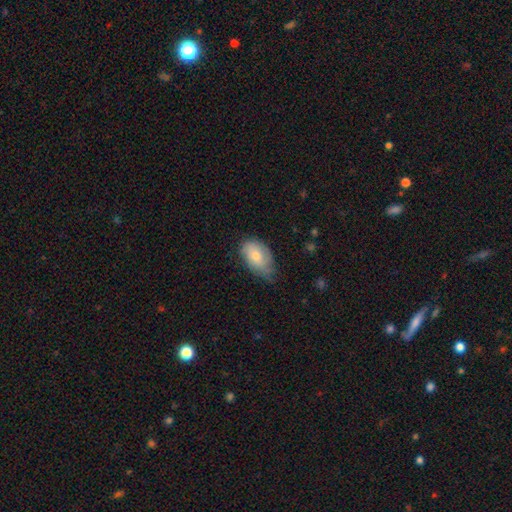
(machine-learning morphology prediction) Smooth or featured? smooth (72%)
How rounded? in between (91%)
Merging? none (48%)